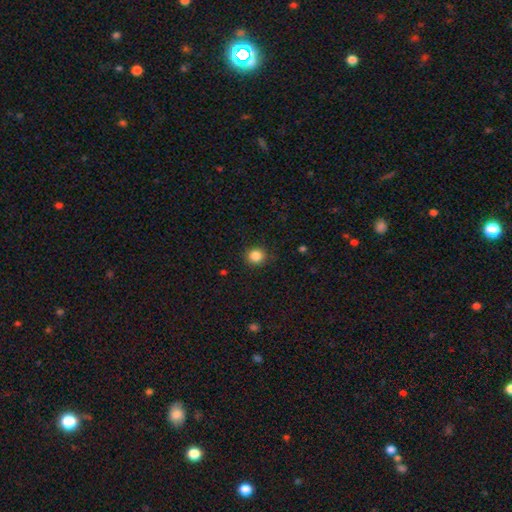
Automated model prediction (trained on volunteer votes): smooth 85%, star or artifact 11%, featured or disk 4%. Down the decision tree: how rounded — round (88%); merging — none (89%).